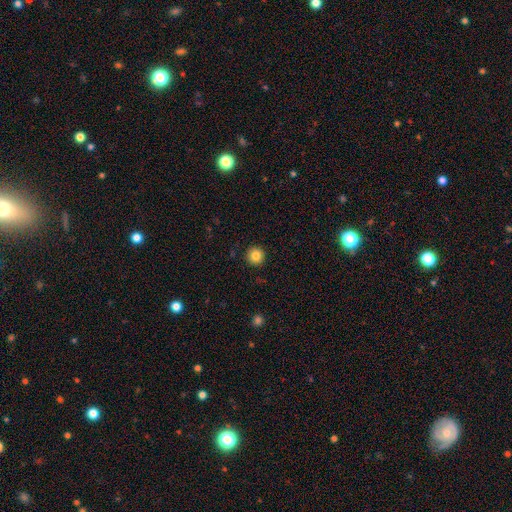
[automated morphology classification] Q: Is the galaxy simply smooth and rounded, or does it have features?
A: smooth — 84%.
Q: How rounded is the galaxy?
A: round — 95%.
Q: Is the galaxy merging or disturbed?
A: none — 92%.